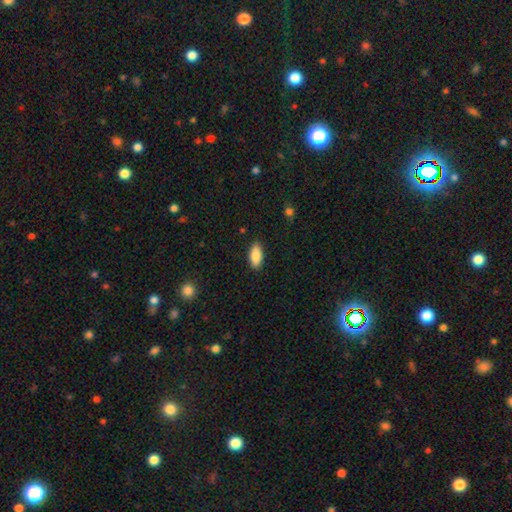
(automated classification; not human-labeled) Overall: smooth (85%). How rounded: in between (86%). Merging: none (86%).